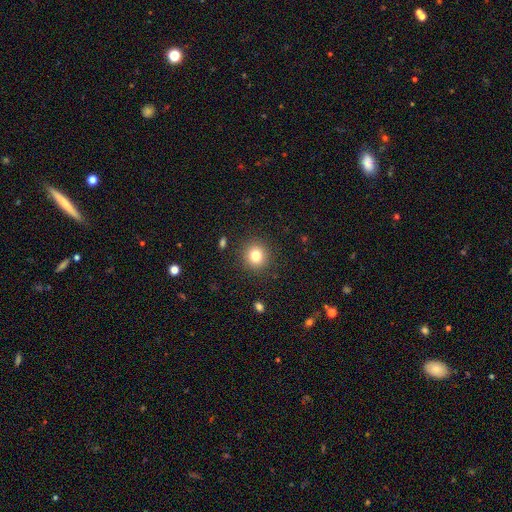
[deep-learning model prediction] Smooth or featured?
  - smooth: 80% *
  - star or artifact: 12%
  - featured or disk: 8%
How rounded?
  - round: 90% *
  - in between: 9%
  - cigar-shaped: 1%
Merging?
  - none: 90% *
  - minor disturbance: 6%
  - major disturbance: 3%
  - merger: 1%